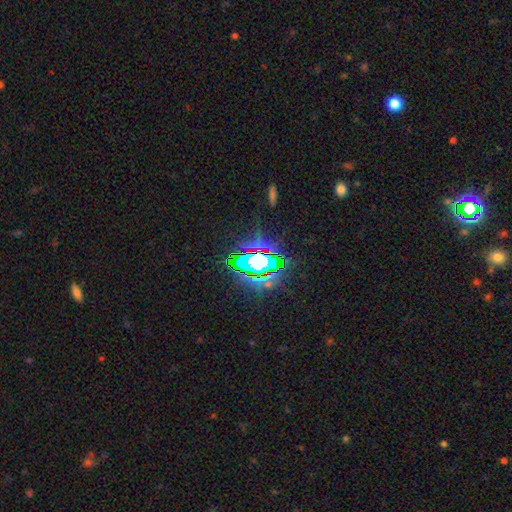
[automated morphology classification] A star or artifact, not a galaxy (63%).

Vote fractions:
- Smooth or featured? star or artifact: 63% / smooth: 19% / featured or disk: 18%